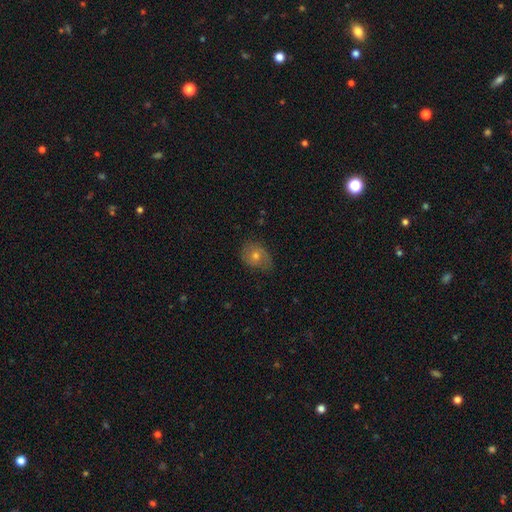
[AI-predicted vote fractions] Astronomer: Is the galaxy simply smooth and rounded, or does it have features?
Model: smooth — 46% (runner-up: featured or disk, 41%).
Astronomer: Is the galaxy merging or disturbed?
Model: none — 64%.